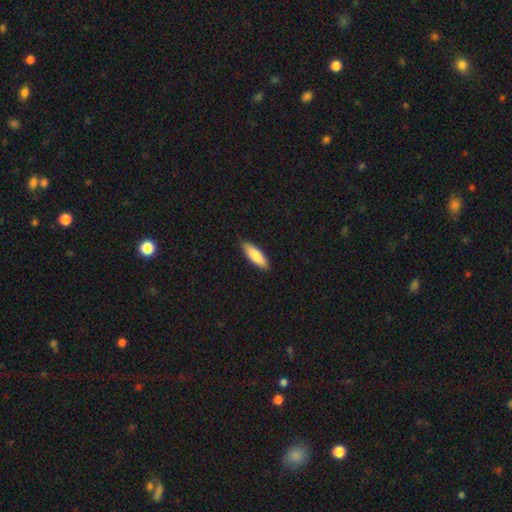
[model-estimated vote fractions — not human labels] Morphology: type=smooth (82%); roundness=in between (53%); merging=none (88%).